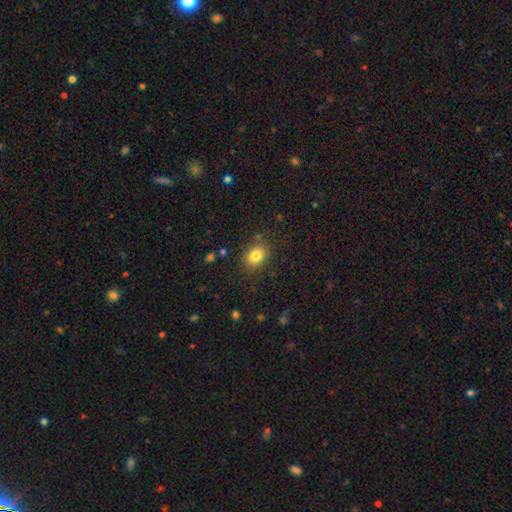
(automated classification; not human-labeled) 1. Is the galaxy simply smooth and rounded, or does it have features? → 82% smooth, 11% star or artifact, 8% featured or disk.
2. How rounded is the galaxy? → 53% in between, 46% round, 1% cigar-shaped.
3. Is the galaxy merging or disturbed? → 83% none, 11% minor disturbance, 3% major disturbance, 2% merger.